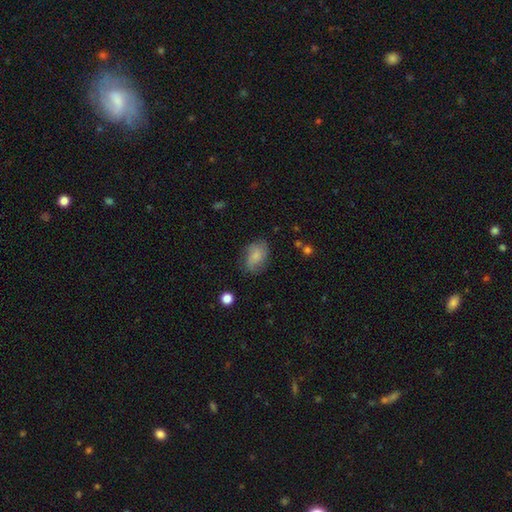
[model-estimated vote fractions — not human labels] Smooth or featured? Predicted: smooth (p=0.72). How rounded? Predicted: in between (p=0.84). Merging? Predicted: none (p=0.66).